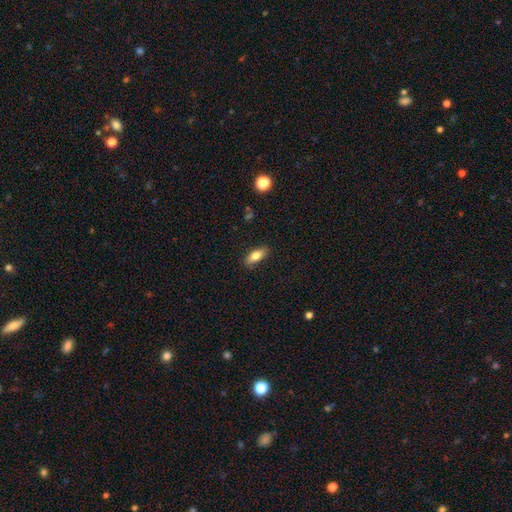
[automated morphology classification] smooth-or-featured: smooth: 74% | featured or disk: 19% | star or artifact: 7%
  how-rounded: in between: 73% | cigar-shaped: 24% | round: 3%
  merging: none: 86% | minor disturbance: 11% | major disturbance: 2% | merger: 1%